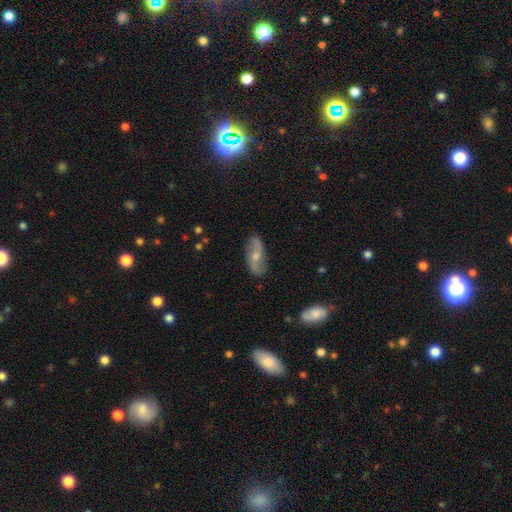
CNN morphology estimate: featured or disk 70%, smooth 23%, star or artifact 7%. Down the decision tree: edge-on disk — no (89%); bar — no (51%); spiral arms — yes (88%); spiral arm count — 2 (91%); spiral winding — loose (75%); bulge size — small (49%); merging — none (81%).